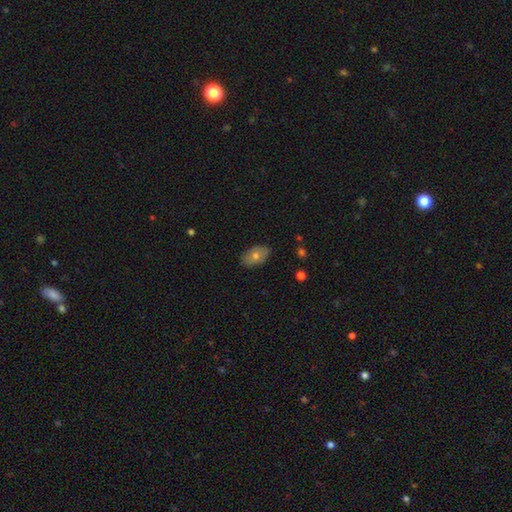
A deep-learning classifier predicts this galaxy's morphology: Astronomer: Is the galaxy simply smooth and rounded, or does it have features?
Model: smooth — 68%.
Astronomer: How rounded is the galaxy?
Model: in between — 91%.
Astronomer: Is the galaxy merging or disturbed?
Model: none — 84%.